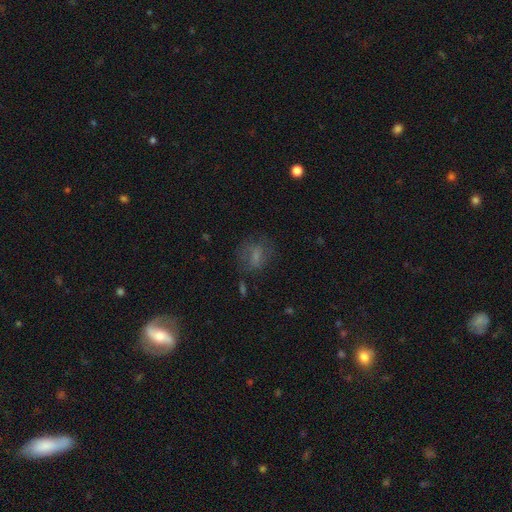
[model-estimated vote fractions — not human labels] smooth-or-featured: smooth: 60% | featured or disk: 23% | star or artifact: 16%
  how-rounded: in between: 55% | round: 41% | cigar-shaped: 4%
  merging: none: 58% | minor disturbance: 21% | major disturbance: 19% | merger: 3%